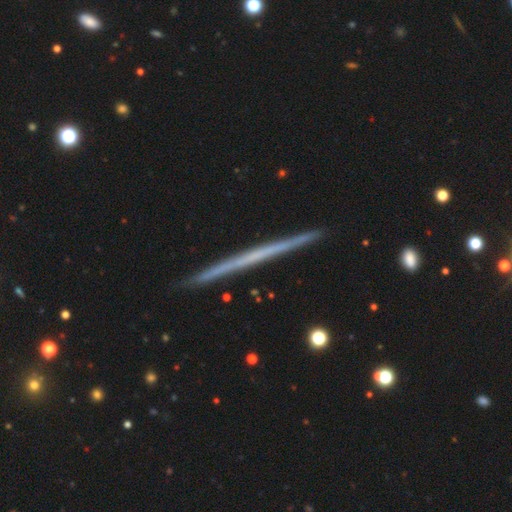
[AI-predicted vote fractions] featured or disk 65%, smooth 28%, star or artifact 7%. Down the decision tree: edge-on disk — yes (98%); edge-on bulge — none (92%); merging — none (92%).